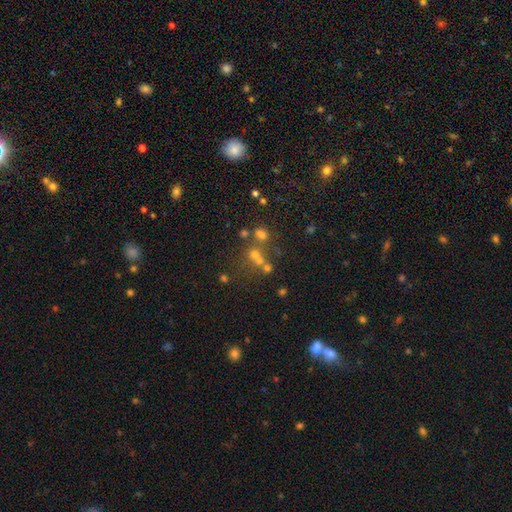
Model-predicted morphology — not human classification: Q: Smooth or featured?
A: smooth (45%); runner-up: star or artifact (38%)
Q: Merging?
A: none (51%); runner-up: merger (36%)